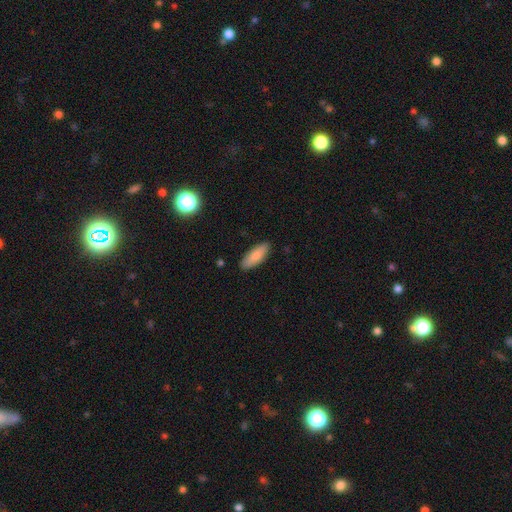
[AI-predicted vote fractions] Q: Smooth or featured?
A: smooth (85%); runner-up: featured or disk (9%)
Q: How rounded?
A: in between (67%); runner-up: cigar-shaped (31%)
Q: Merging?
A: none (88%); runner-up: minor disturbance (9%)